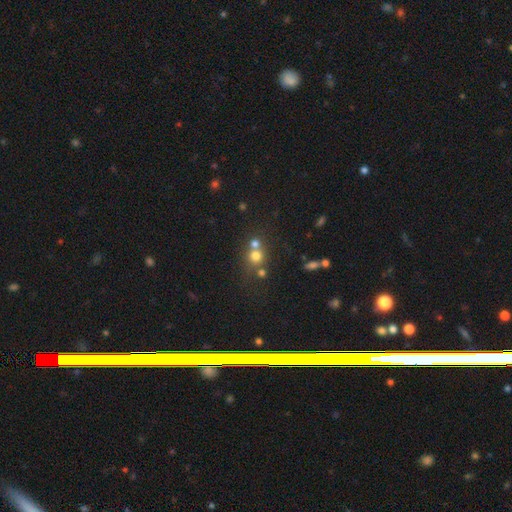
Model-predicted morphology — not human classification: A smooth galaxy with no disk features (71%) that is round (87%).

Vote fractions:
- Smooth or featured? smooth: 71% / star or artifact: 17% / featured or disk: 12%
- How rounded? round: 87% / in between: 12% / cigar-shaped: 1%
- Merging? none: 47% / merger: 42% / minor disturbance: 7% / major disturbance: 4%